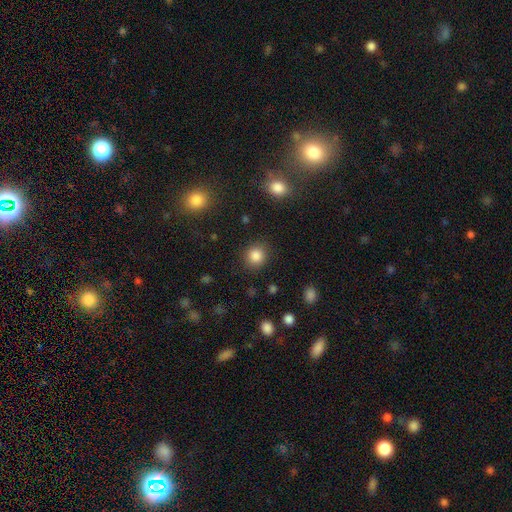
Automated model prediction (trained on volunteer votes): A smooth galaxy with no disk features (85%) that is round (87%). Merging: none (87%).